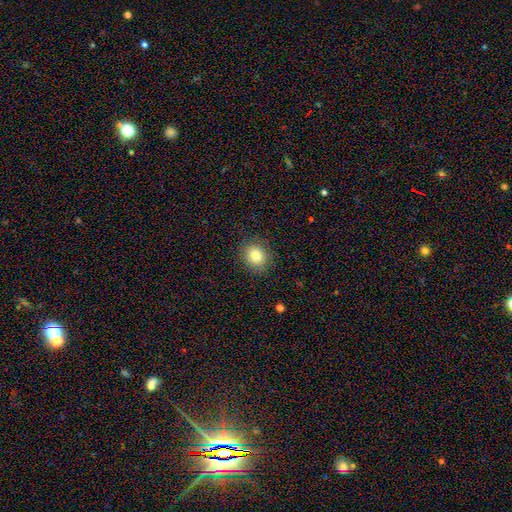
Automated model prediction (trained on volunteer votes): Smooth or featured?
  - smooth: 81% *
  - star or artifact: 10%
  - featured or disk: 8%
How rounded?
  - round: 71% *
  - in between: 28%
  - cigar-shaped: 1%
Merging?
  - none: 86% *
  - minor disturbance: 10%
  - major disturbance: 3%
  - merger: 1%